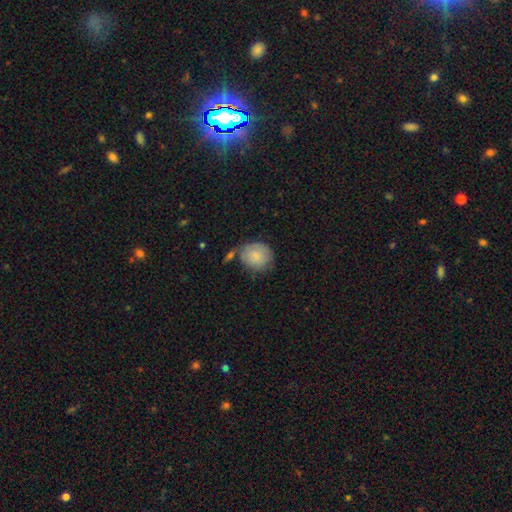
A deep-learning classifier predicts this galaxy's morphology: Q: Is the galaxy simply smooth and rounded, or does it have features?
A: smooth — 82%.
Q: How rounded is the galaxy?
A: round — 74%.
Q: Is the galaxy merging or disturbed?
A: none — 60%.